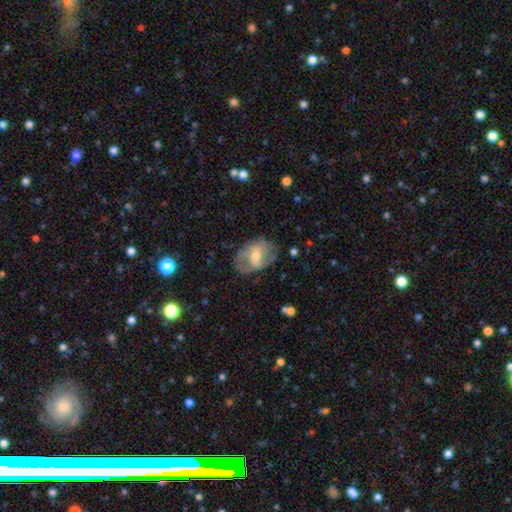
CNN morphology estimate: Smooth or featured?
  - featured or disk: 52% *
  - smooth: 41%
  - star or artifact: 7%
Edge-on disk?
  - no: 95% *
  - yes: 5%
Merging?
  - none: 64% *
  - minor disturbance: 24%
  - major disturbance: 11%
  - merger: 1%